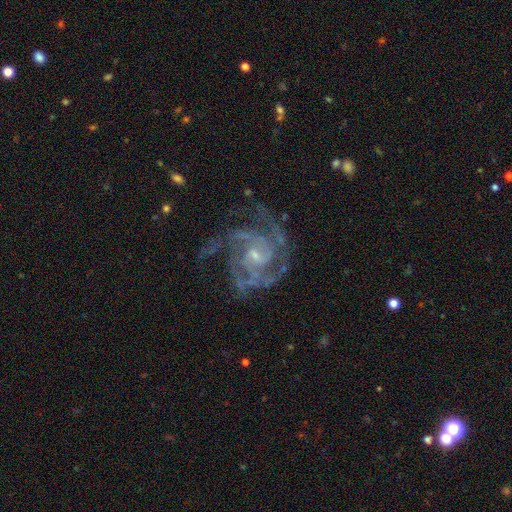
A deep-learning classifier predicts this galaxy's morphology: Q: Smooth or featured?
A: featured or disk (91%); runner-up: star or artifact (5%)
Q: Edge-on disk?
A: no (98%); runner-up: yes (2%)
Q: Bar?
A: no (47%); runner-up: weak (42%)
Q: Spiral arms?
A: yes (98%); runner-up: no (2%)
Q: Spiral winding?
A: tight (53%); runner-up: medium (41%)
Q: Spiral arm count?
A: 3 (37%); runner-up: 2 (23%)
Q: Bulge size?
A: small (68%); runner-up: moderate (26%)
Q: Merging?
A: none (66%); runner-up: minor disturbance (19%)